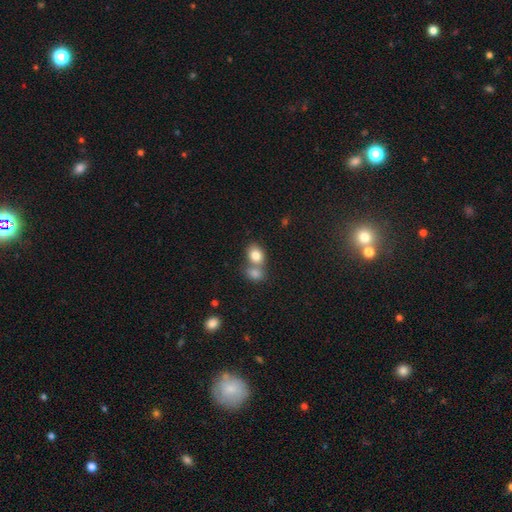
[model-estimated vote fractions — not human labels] This appears to be a smooth galaxy with no disk features (81%) that is in between round and cigar-shaped (58%). Merging: merger (54%).